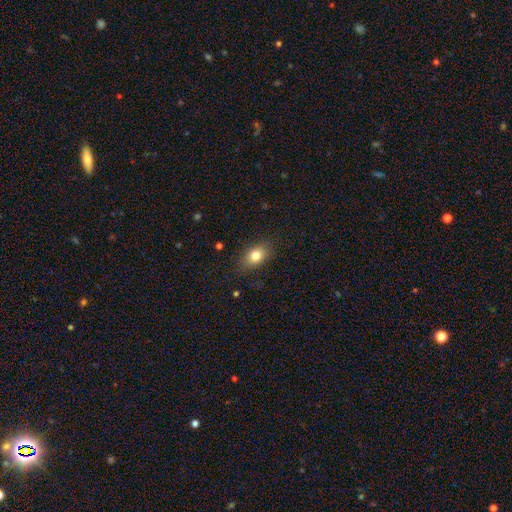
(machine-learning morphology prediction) smooth 81%, featured or disk 9%, star or artifact 9%. Down the decision tree: how rounded — in between (77%); merging — none (83%).